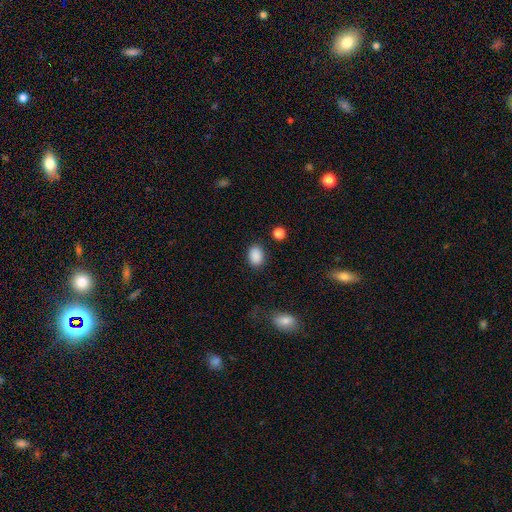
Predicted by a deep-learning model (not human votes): Smooth or featured? smooth (89%)
How rounded? in between (74%)
Merging? none (86%)